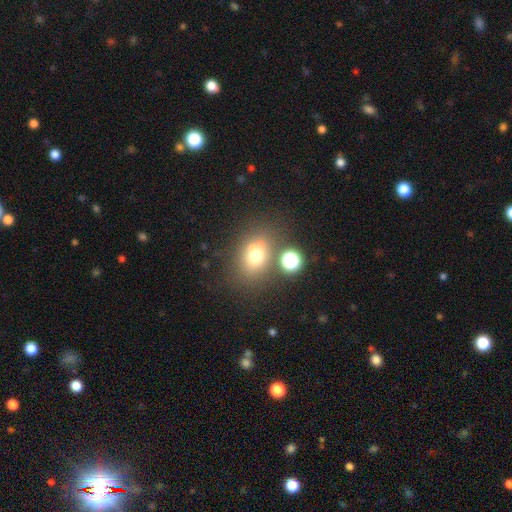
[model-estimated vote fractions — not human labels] smooth_or_featured: smooth (p=0.66) [alt: featured or disk p=0.17]
how_rounded: in between (p=0.50) [alt: round p=0.49]
merging: none (p=0.58) [alt: merger p=0.21]